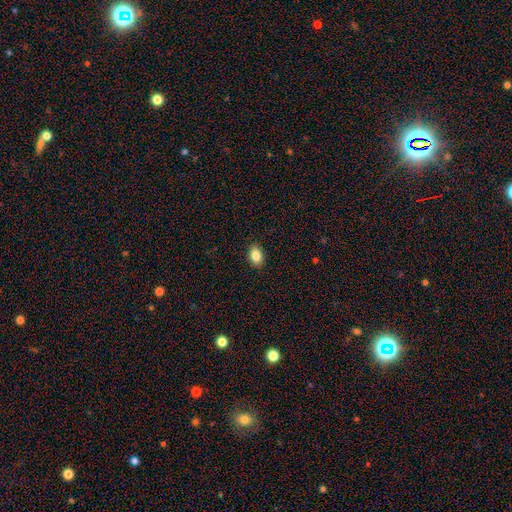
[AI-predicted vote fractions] Overall: smooth (84%). How rounded: in between (83%). Merging: none (90%).